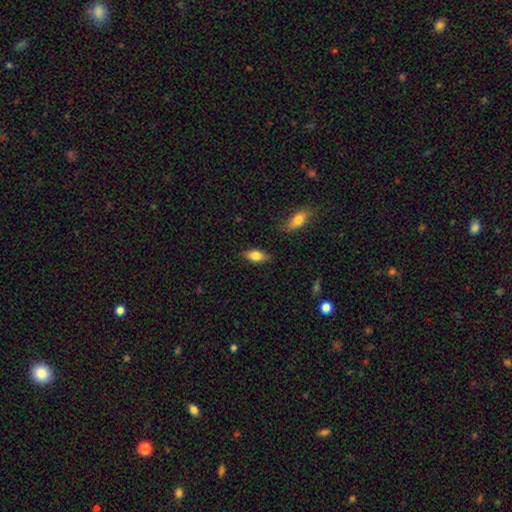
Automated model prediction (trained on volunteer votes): The model was most divided on "smooth or featured": smooth: 77%, featured or disk: 16%, star or artifact: 7%. More confident: how rounded — in between (86%); merging — none (83%).